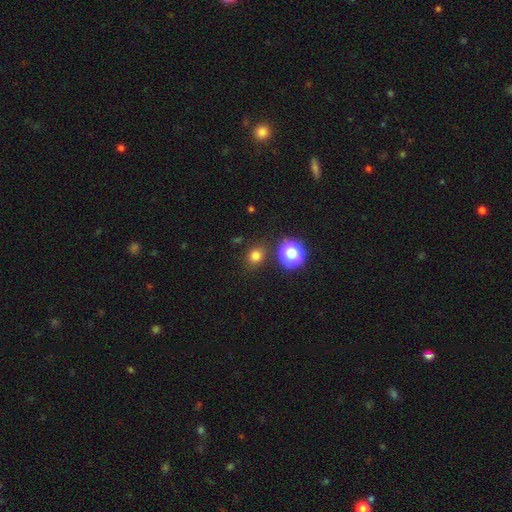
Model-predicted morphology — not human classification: The model was most divided on "how rounded": round: 74%, in between: 25%, cigar-shaped: 1%. More confident: merging — none (86%); smooth or featured — smooth (76%).